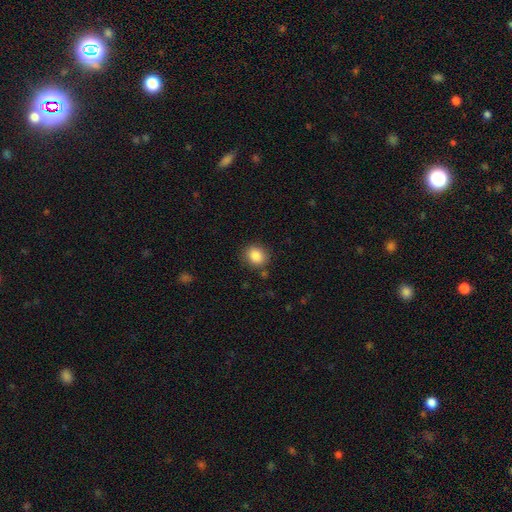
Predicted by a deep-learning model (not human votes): Smooth or featured? smooth (87%)
How rounded? round (72%)
Merging? none (83%)